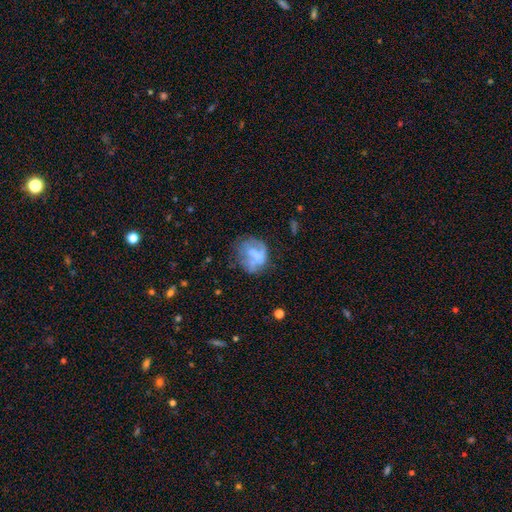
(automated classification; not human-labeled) This appears to be a featured or disk galaxy (48%). Merging: none (42%).